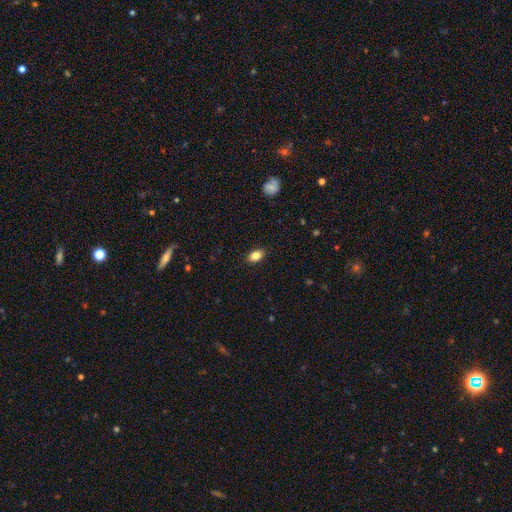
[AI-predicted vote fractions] A smooth galaxy with no disk features (84%) that is in between round and cigar-shaped (84%). Merging: none (88%).